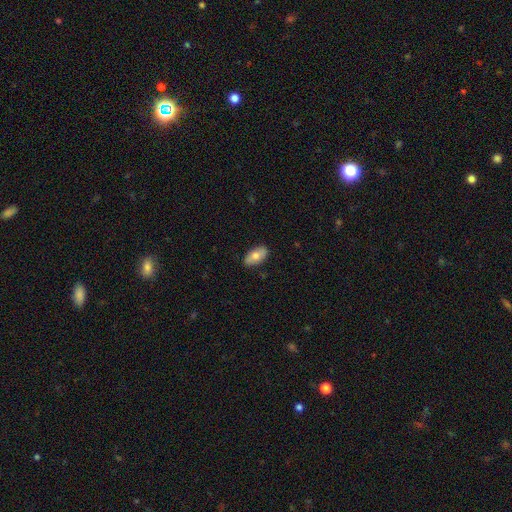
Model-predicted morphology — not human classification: The model was most divided on "smooth or featured": smooth: 71%, featured or disk: 22%, star or artifact: 7%. More confident: how rounded — in between (93%); merging — none (86%).